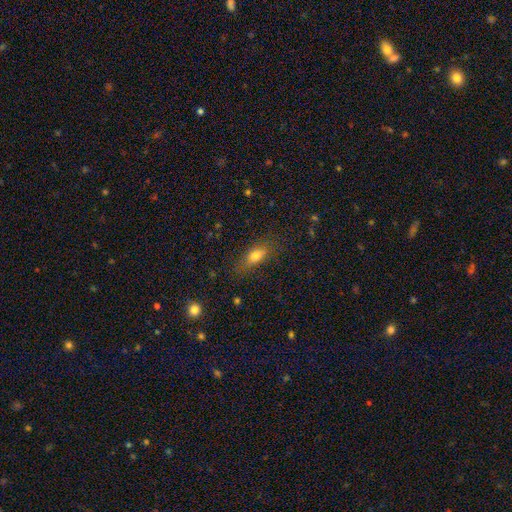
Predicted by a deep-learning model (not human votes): This appears to be a smooth galaxy with no disk features (75%) that is in between round and cigar-shaped (73%). Merging: none (76%).